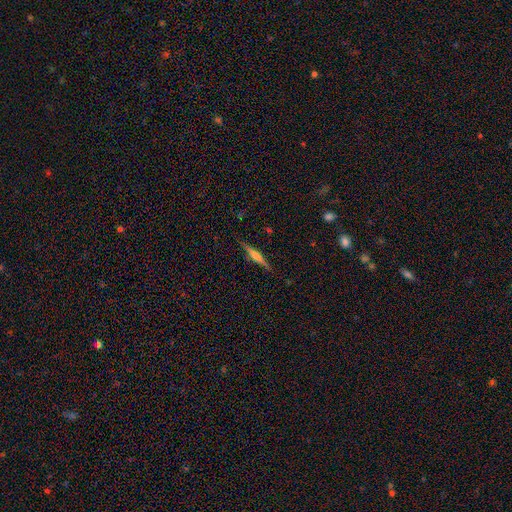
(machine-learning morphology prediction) Smooth or featured? featured or disk (72%)
Edge-on disk? yes (98%)
Edge-on bulge? rounded (76%)
Merging? none (89%)